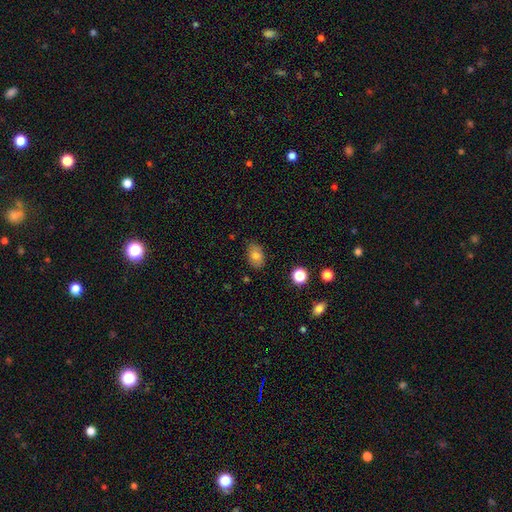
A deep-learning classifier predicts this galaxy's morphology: Smooth or featured? smooth (78%)
How rounded? in between (82%)
Merging? none (81%)